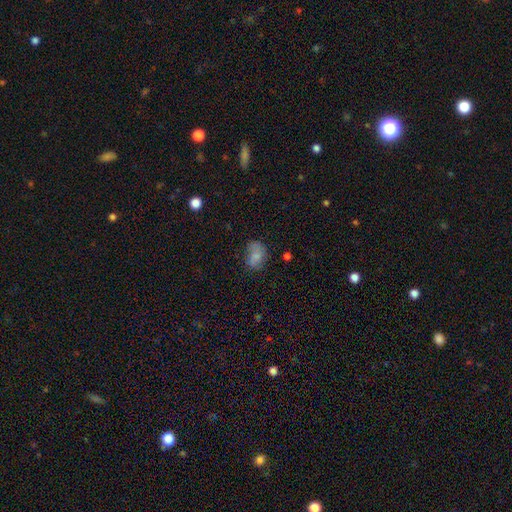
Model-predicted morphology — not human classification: This appears to be a smooth galaxy with no disk features (75%) that is in between round and cigar-shaped (71%). Merging: none (52%).